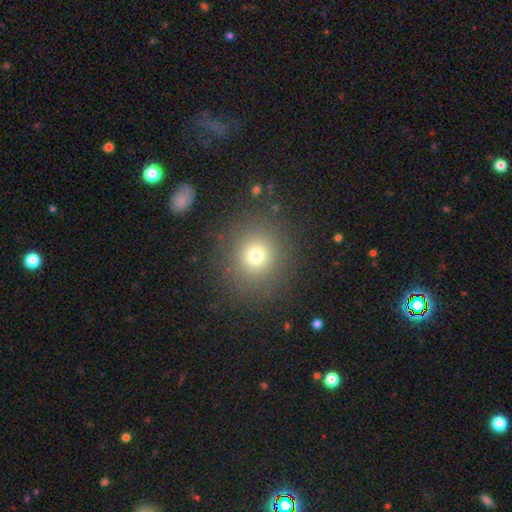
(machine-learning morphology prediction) This is likely a smooth galaxy (72%). How rounded: clearly round (87%). Merging: clearly none (87%).